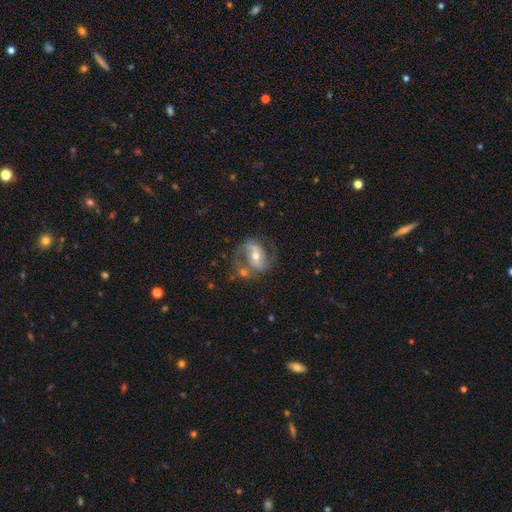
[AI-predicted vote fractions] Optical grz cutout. It shows a featured or disk galaxy (82%) with a weak bar (37%), 2 (89%) medium (52%) spiral arms (92%) and a moderate central bulge (67%). Merging: none (60%).